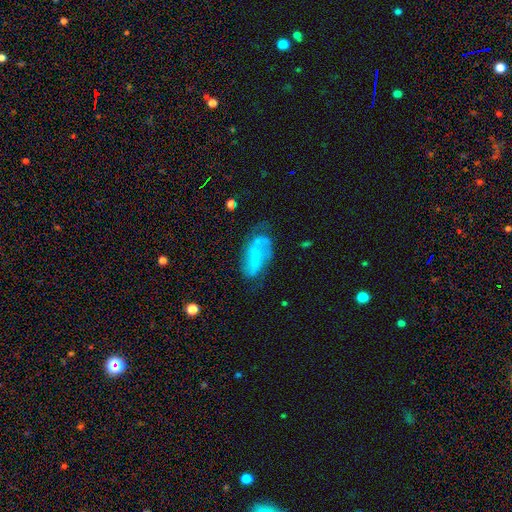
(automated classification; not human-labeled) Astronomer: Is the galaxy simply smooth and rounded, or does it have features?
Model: featured or disk — 62%.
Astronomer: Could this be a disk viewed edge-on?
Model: no — 95%.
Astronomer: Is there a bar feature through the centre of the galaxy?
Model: weak — 39% (runner-up: no, 37%).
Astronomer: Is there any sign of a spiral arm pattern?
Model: yes — 81%.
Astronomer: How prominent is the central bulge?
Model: none — 51% (runner-up: small, 33%).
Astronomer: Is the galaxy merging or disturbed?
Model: none — 50% (runner-up: minor disturbance, 26%).